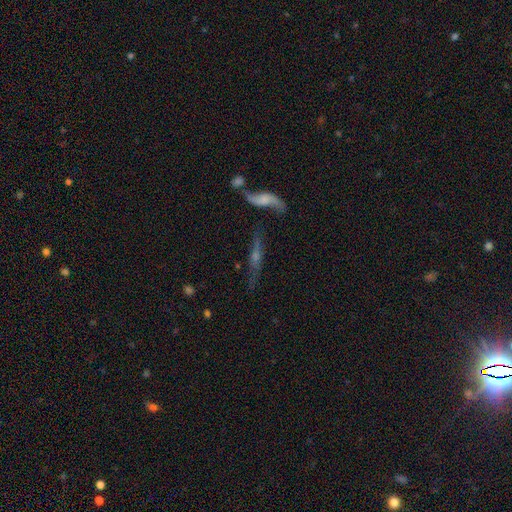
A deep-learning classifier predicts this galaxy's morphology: Smooth or featured? Predicted: featured or disk (p=0.68). Edge-on disk? Predicted: yes (p=0.69). Merging? Predicted: none (p=0.59).